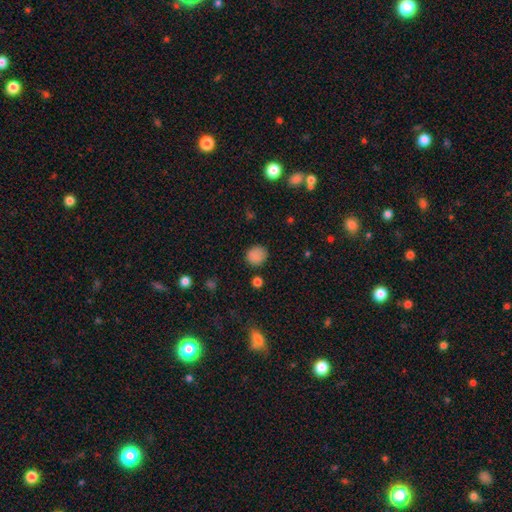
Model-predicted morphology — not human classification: The model was most divided on "how rounded": round: 76%, in between: 23%, cigar-shaped: 1%. More confident: smooth or featured — smooth (84%); merging — none (83%).